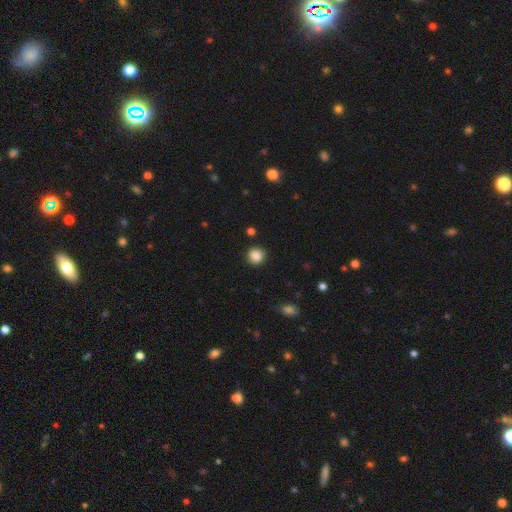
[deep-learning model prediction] A smooth galaxy with no disk features (86%) that is round (90%). Merging: none (88%).